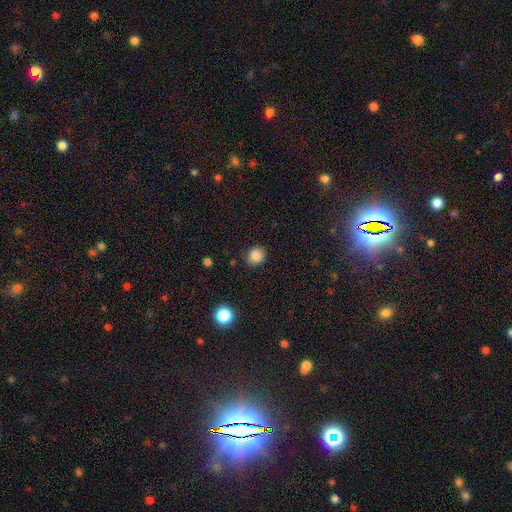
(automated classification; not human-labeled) Morphology: type=smooth (85%); roundness=round (80%); merging=none (88%).